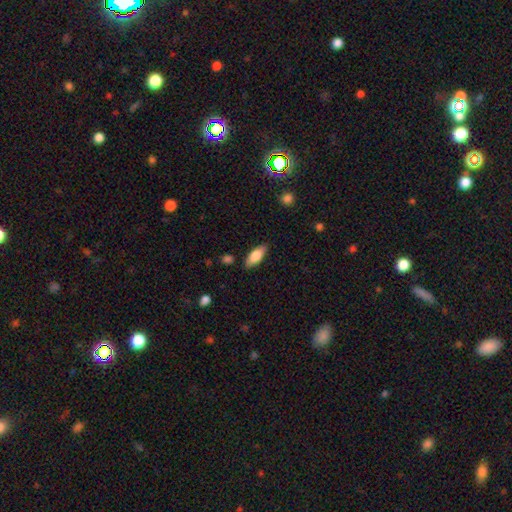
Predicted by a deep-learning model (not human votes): smooth 74%, featured or disk 20%, star or artifact 6%. Down the decision tree: how rounded — in between (73%); merging — none (85%).